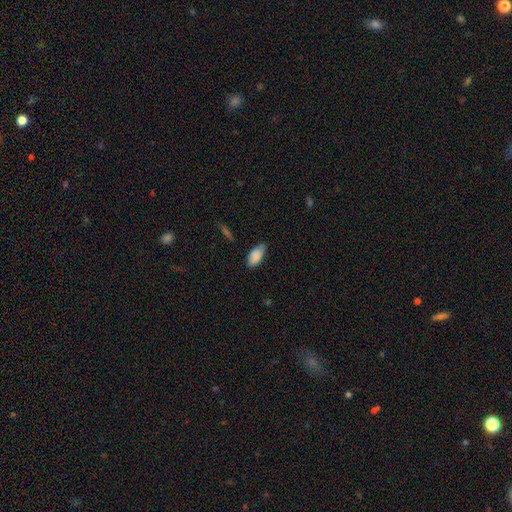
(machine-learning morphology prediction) smooth 87%, star or artifact 7%, featured or disk 6%. Down the decision tree: how rounded — in between (92%); merging — none (58%).